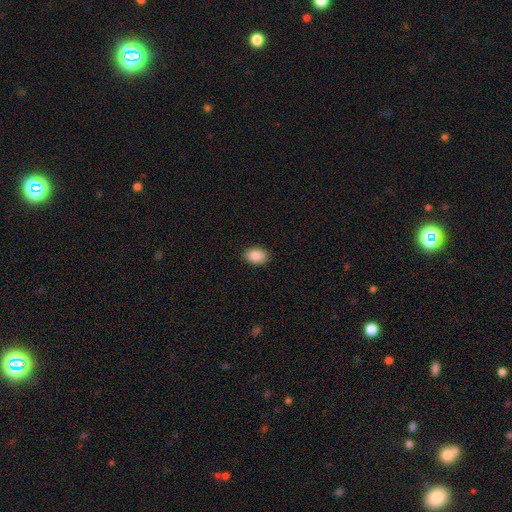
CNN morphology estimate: smooth-or-featured: smooth: 90% | star or artifact: 7% | featured or disk: 3%
  how-rounded: in between: 86% | round: 13% | cigar-shaped: 1%
  merging: none: 89% | minor disturbance: 8% | major disturbance: 2% | merger: 1%